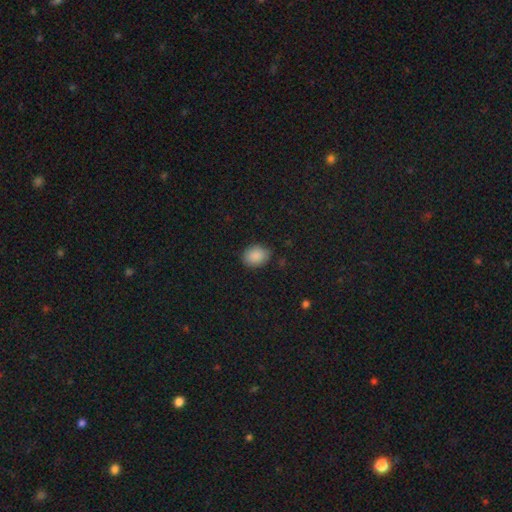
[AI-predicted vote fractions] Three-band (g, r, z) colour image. It shows a smooth galaxy with no disk features (89%) that is in between round and cigar-shaped (57%). Merging: none (84%).